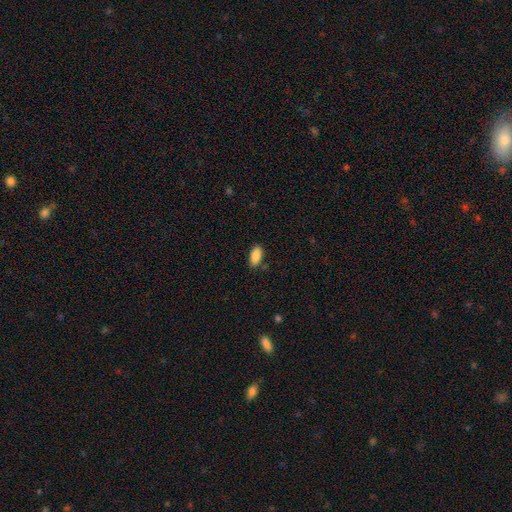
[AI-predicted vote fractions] A smooth galaxy with no disk features (88%) that is in between round and cigar-shaped (90%). Merging: none (82%).